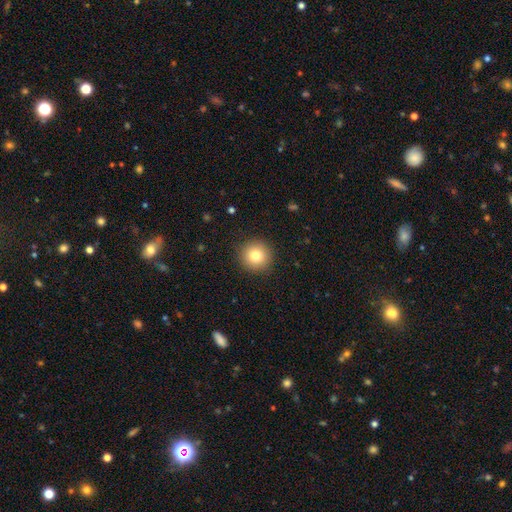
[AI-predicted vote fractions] smooth 80%, star or artifact 11%, featured or disk 9%. Down the decision tree: how rounded — round (95%); merging — none (91%).